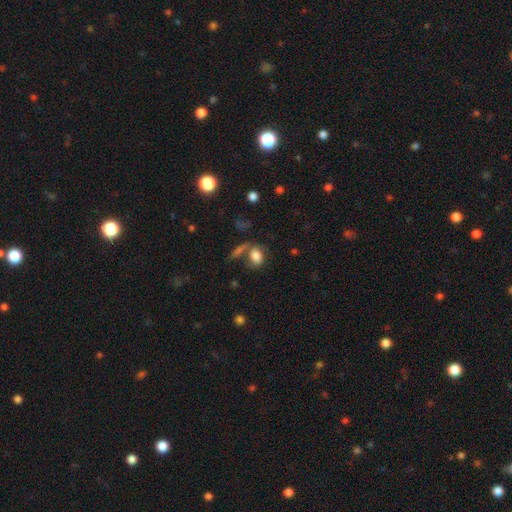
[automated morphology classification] Smooth or featured?
  - smooth: 77% *
  - featured or disk: 13%
  - star or artifact: 10%
How rounded?
  - in between: 77% *
  - round: 21%
  - cigar-shaped: 3%
Merging?
  - none: 43% *
  - merger: 26%
  - minor disturbance: 17%
  - major disturbance: 13%